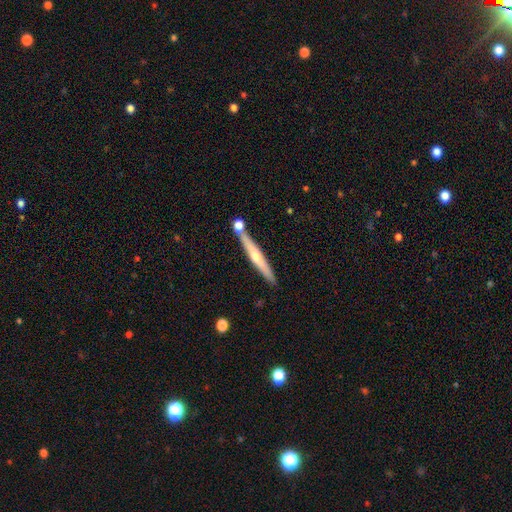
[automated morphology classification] The model was most divided on "smooth or featured": featured or disk: 57%, smooth: 37%, star or artifact: 6%. More confident: edge-on disk — yes (96%); merging — none (79%); edge-on bulge — rounded (76%).